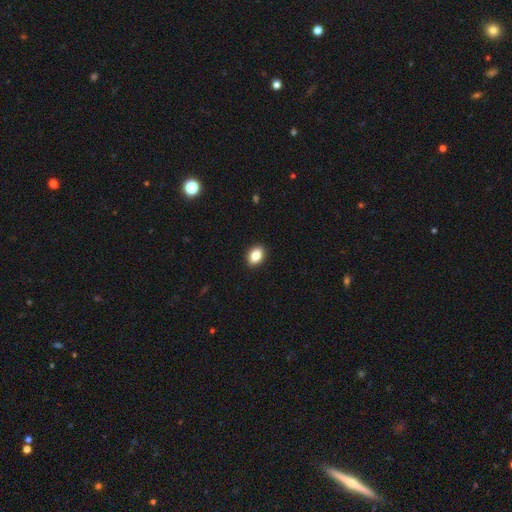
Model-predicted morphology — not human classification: smooth_or_featured: smooth (p=0.85) [alt: star or artifact p=0.08]
how_rounded: in between (p=0.79) [alt: round p=0.20]
merging: none (p=0.91) [alt: minor disturbance p=0.06]